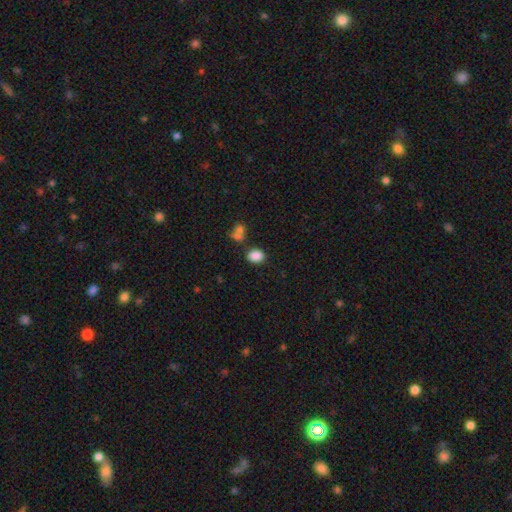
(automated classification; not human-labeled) A smooth galaxy with no disk features (86%) that is in between round and cigar-shaped (69%).

Vote fractions:
- Smooth or featured? smooth: 86% / star or artifact: 10% / featured or disk: 4%
- How rounded? in between: 69% / round: 30% / cigar-shaped: 1%
- Merging? none: 75% / minor disturbance: 11% / merger: 10% / major disturbance: 4%